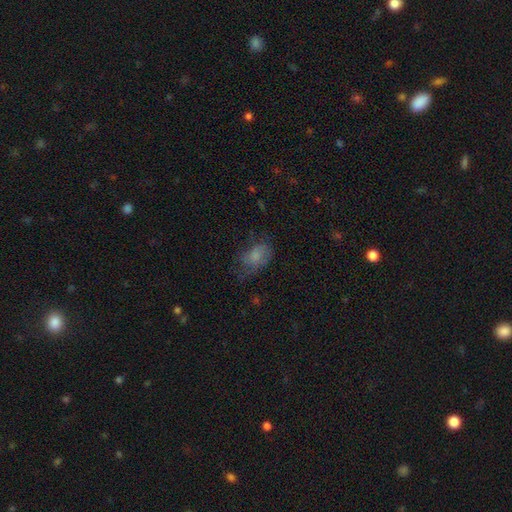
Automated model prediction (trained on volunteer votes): A smooth galaxy with no disk features (63%) that is in between round and cigar-shaped (85%).

Vote fractions:
- Smooth or featured? smooth: 63% / featured or disk: 26% / star or artifact: 11%
- How rounded? in between: 85% / round: 13% / cigar-shaped: 2%
- Merging? none: 47% / minor disturbance: 29% / major disturbance: 22% / merger: 2%